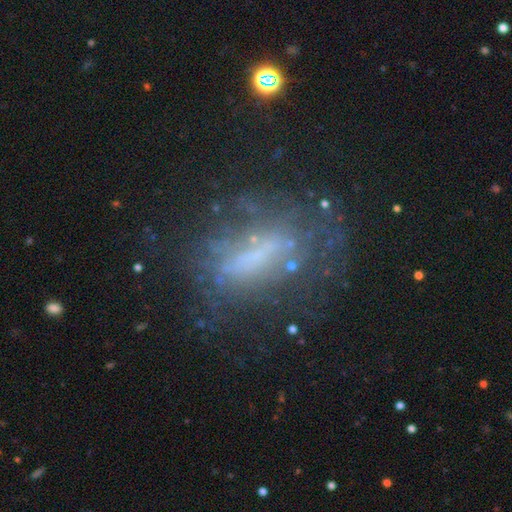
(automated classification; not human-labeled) The model was most divided on "smooth or featured": featured or disk: 50%, smooth: 31%, star or artifact: 19%. More confident: merging — none (55%).